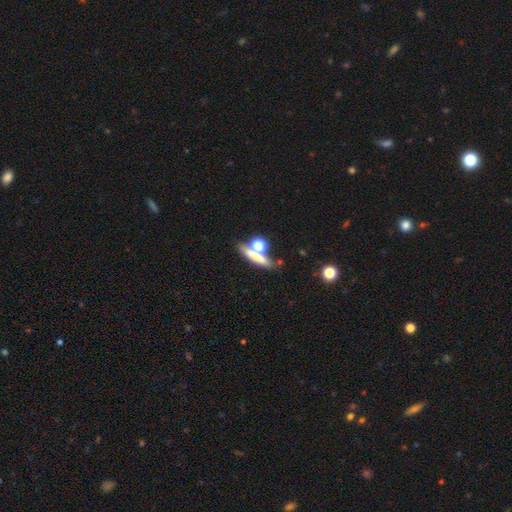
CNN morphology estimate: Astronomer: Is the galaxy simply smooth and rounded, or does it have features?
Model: smooth — 60%.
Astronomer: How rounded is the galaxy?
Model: cigar-shaped — 58%.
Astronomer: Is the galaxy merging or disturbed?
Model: none — 59%.